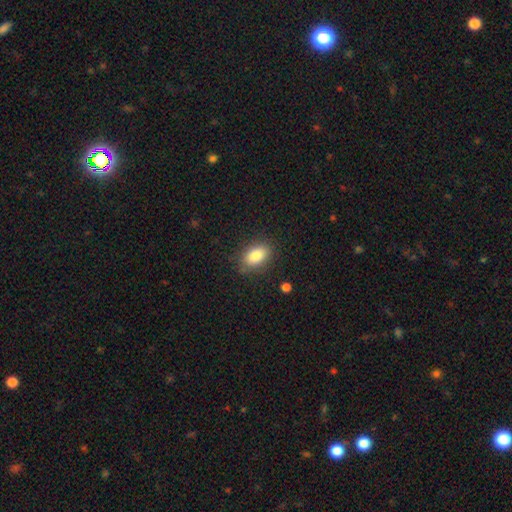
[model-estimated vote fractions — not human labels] smooth 83%, featured or disk 9%, star or artifact 8%. Down the decision tree: how rounded — in between (88%); merging — none (83%).